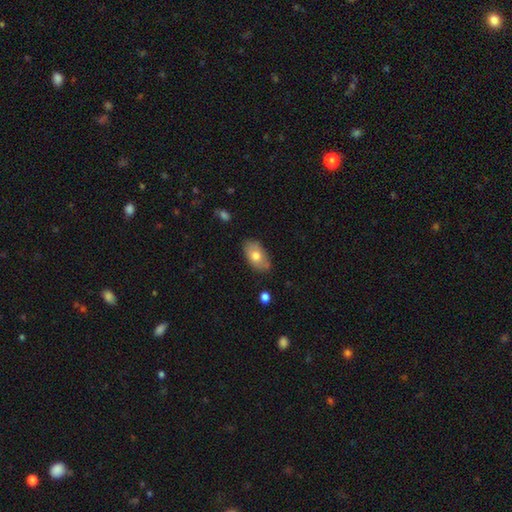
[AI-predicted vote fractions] This appears to be a smooth galaxy with no disk features (71%) that is in between round and cigar-shaped (92%). Merging: none (77%).